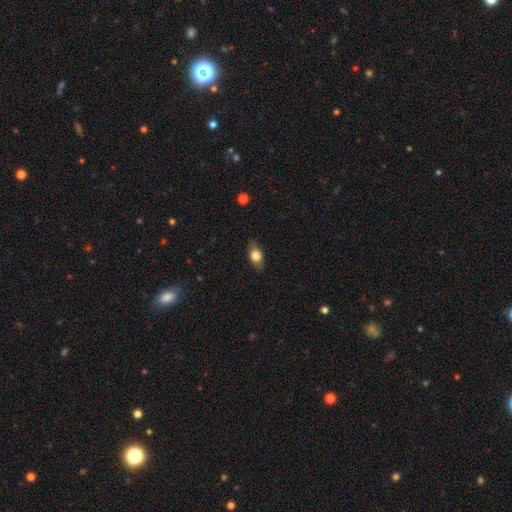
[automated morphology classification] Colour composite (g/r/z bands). It shows a smooth galaxy with no disk features (72%) that is in between round and cigar-shaped (78%). Merging: none (83%).